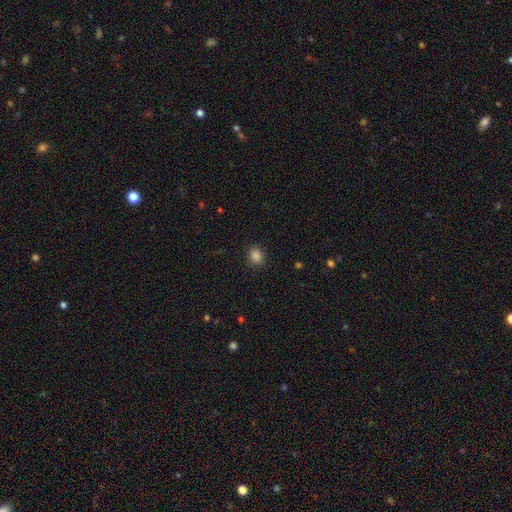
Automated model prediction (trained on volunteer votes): A smooth galaxy with no disk features (85%) that is round (58%).

Vote fractions:
- Smooth or featured? smooth: 85% / star or artifact: 12% / featured or disk: 3%
- How rounded? round: 58% / in between: 41% / cigar-shaped: 1%
- Merging? none: 88% / minor disturbance: 9% / major disturbance: 3% / merger: 1%